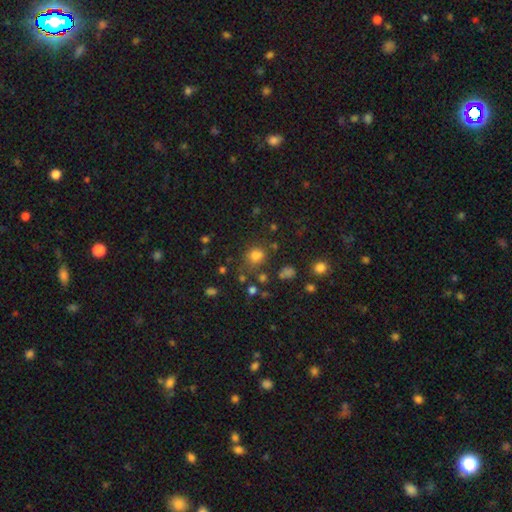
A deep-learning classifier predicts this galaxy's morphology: Q: Smooth or featured?
A: smooth (74%); runner-up: star or artifact (19%)
Q: How rounded?
A: round (65%); runner-up: in between (34%)
Q: Merging?
A: none (61%); runner-up: minor disturbance (18%)